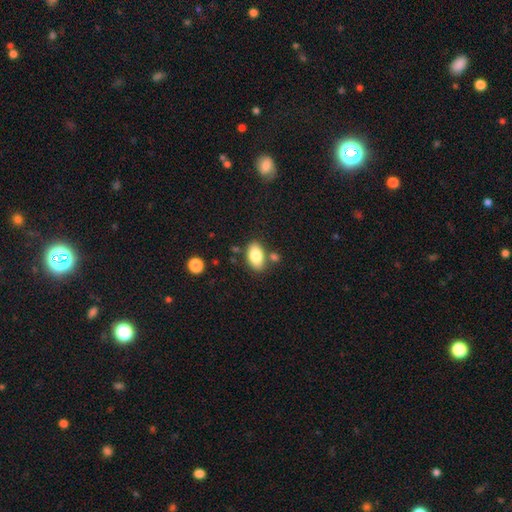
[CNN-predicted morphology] This appears to be a smooth galaxy with no disk features (83%) that is in between round and cigar-shaped (92%). Merging: none (74%).